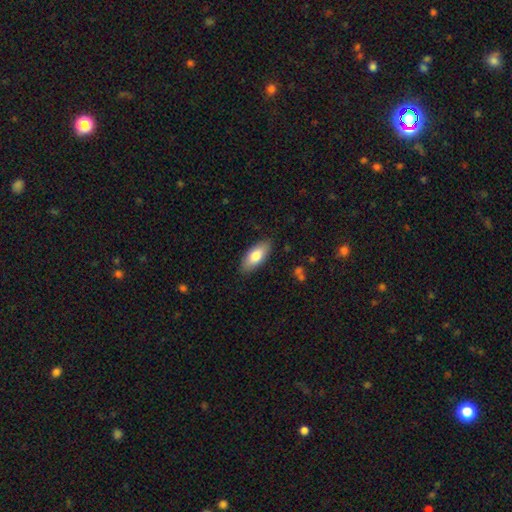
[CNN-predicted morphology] Overall: smooth (78%). How rounded: in between (85%). Merging: none (87%).